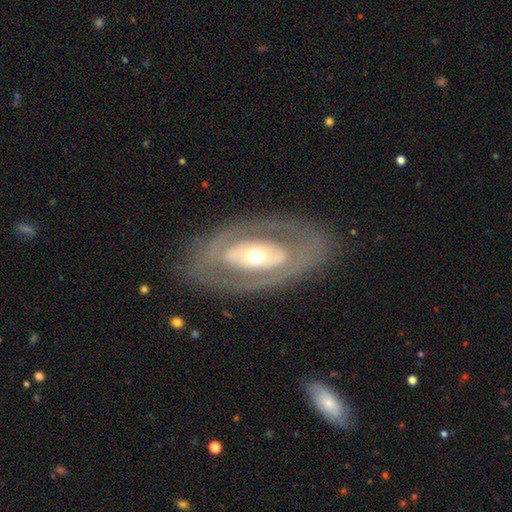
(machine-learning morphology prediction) featured or disk 71%, smooth 24%, star or artifact 5%. Down the decision tree: edge-on disk — no (90%); bar — no (69%); spiral arms — no (75%); bulge size — moderate (67%); merging — none (78%).